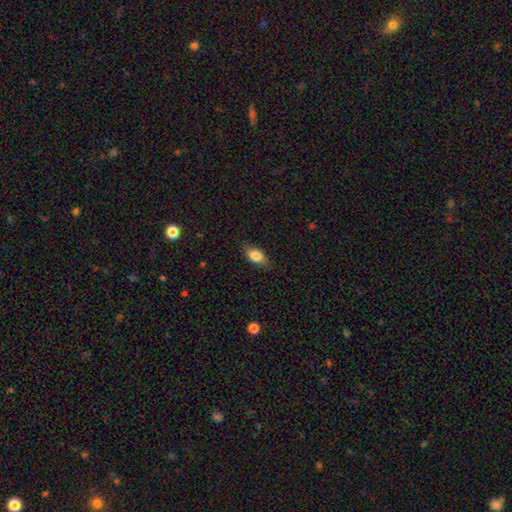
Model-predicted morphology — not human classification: Q: Smooth or featured?
A: smooth (82%); runner-up: featured or disk (10%)
Q: How rounded?
A: in between (87%); runner-up: cigar-shaped (8%)
Q: Merging?
A: none (82%); runner-up: minor disturbance (14%)